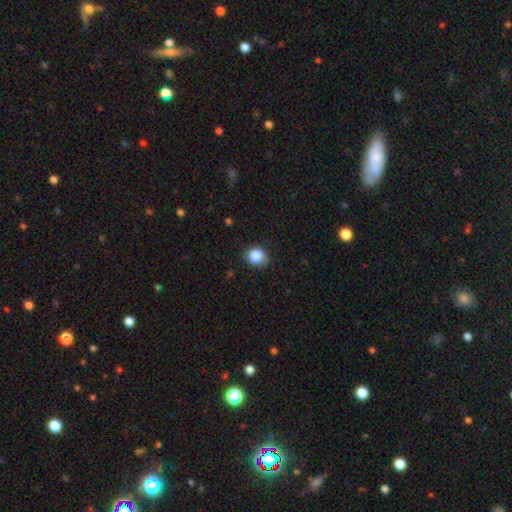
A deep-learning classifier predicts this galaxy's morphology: smooth 85%, star or artifact 10%, featured or disk 5%. Down the decision tree: how rounded — round (78%); merging — none (78%).